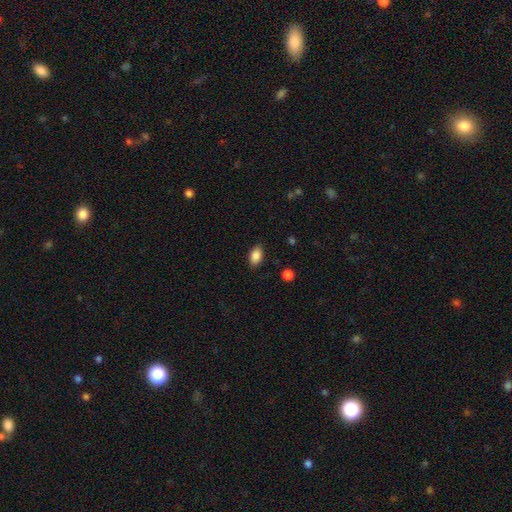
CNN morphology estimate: A smooth galaxy with no disk features (87%) that is in between round and cigar-shaped (89%).

Vote fractions:
- Smooth or featured? smooth: 87% / star or artifact: 8% / featured or disk: 5%
- How rounded? in between: 89% / round: 9% / cigar-shaped: 2%
- Merging? none: 85% / minor disturbance: 11% / major disturbance: 3% / merger: 1%